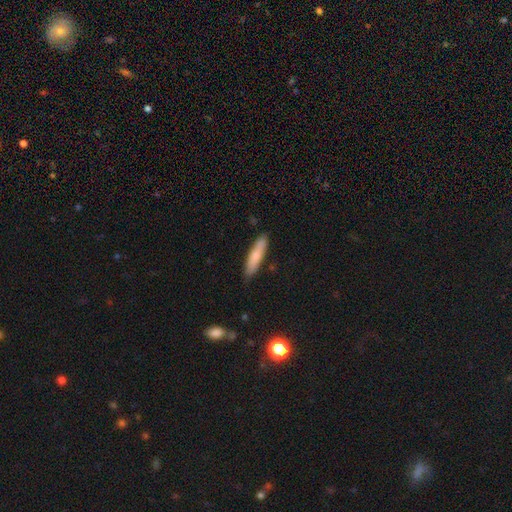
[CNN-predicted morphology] Smooth or featured?
  - smooth: 75% *
  - featured or disk: 20%
  - star or artifact: 6%
How rounded?
  - cigar-shaped: 82% *
  - in between: 17%
  - round: 1%
Merging?
  - none: 85% *
  - minor disturbance: 11%
  - major disturbance: 2%
  - merger: 2%